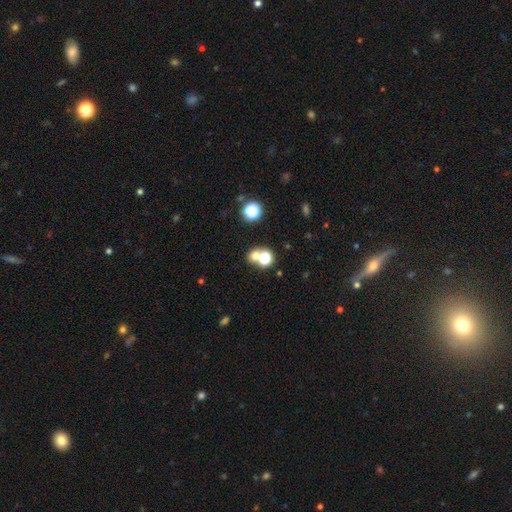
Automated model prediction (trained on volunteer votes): Morphology: type=smooth (65%); roundness=round (77%); merging=none (48%).